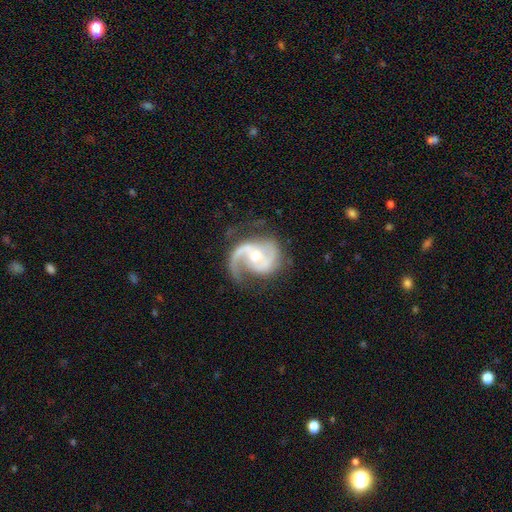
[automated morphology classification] Smooth or featured: featured or disk — 90% (smooth — 5%)
Edge-on disk: no — 98% (yes — 2%)
Bar: no — 43% (weak — 42%)
Spiral arms: yes — 97% (no — 3%)
Spiral winding: medium — 52% (loose — 31%)
Spiral arm count: 2 — 67% (1 — 25%)
Bulge size: moderate — 63% (small — 32%)
Merging: none — 58% (minor disturbance — 21%)